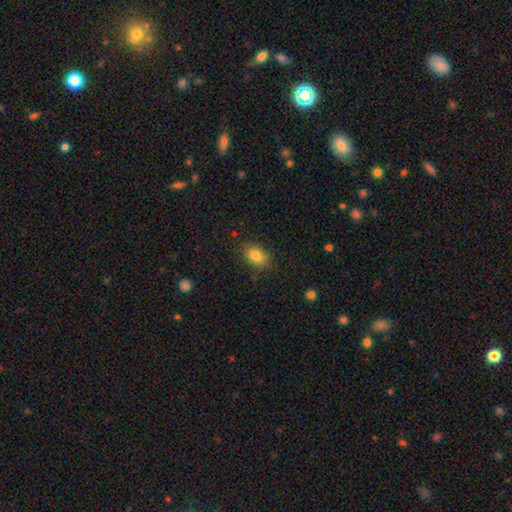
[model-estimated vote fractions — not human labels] Overall: smooth (83%). How rounded: in between (71%). Merging: none (80%).